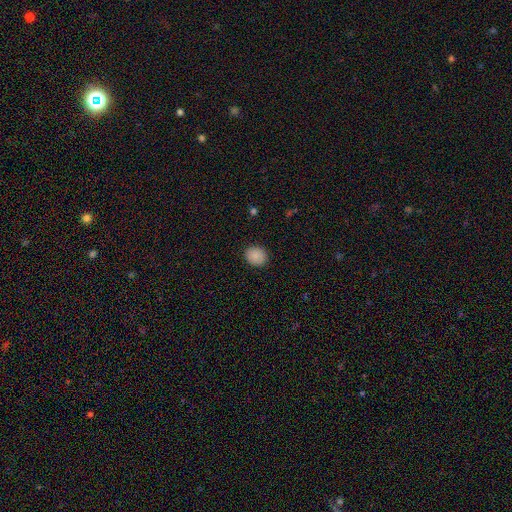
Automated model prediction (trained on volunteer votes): Morphology: type=smooth (87%); roundness=round (73%); merging=none (89%).